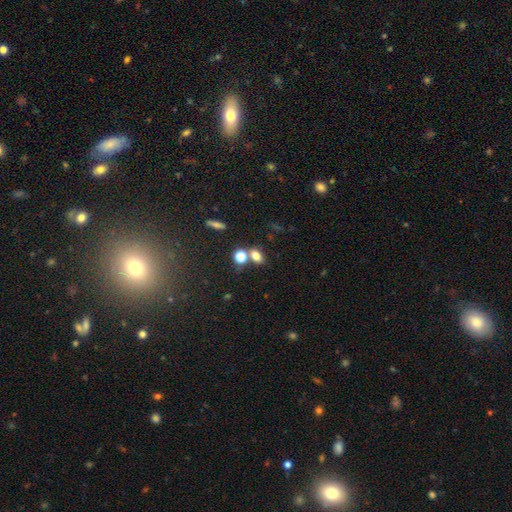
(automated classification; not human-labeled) Overall: smooth (75%). How rounded: in between (71%). Merging: none (58%; merger 27%).